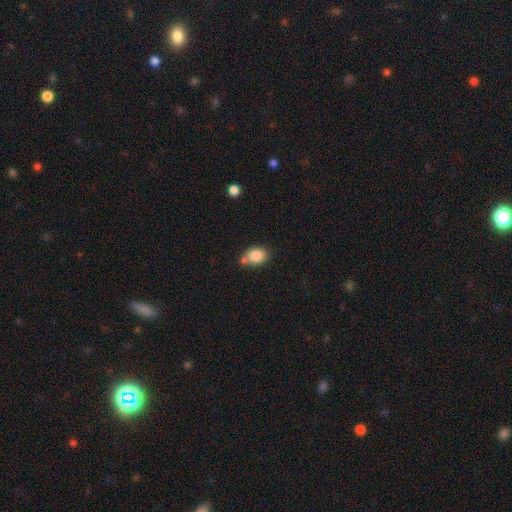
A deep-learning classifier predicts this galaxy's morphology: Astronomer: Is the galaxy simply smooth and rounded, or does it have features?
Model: smooth — 85%.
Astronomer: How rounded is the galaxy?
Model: in between — 63%.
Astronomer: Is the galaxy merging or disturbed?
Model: none — 60%.